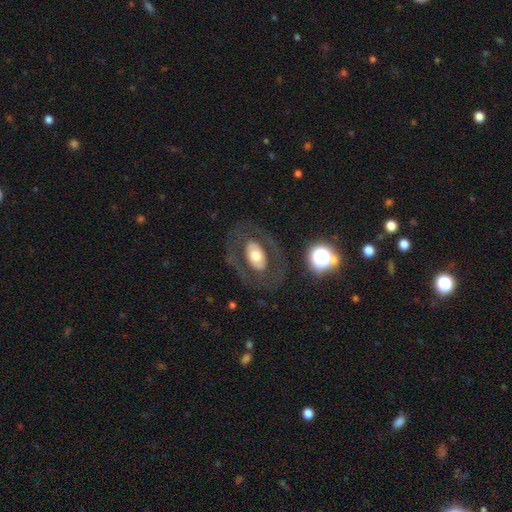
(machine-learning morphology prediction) Smooth or featured?
  - featured or disk: 51% *
  - smooth: 42%
  - star or artifact: 7%
Edge-on disk?
  - no: 91% *
  - yes: 9%
Merging?
  - none: 75% *
  - major disturbance: 12%
  - minor disturbance: 12%
  - merger: 2%